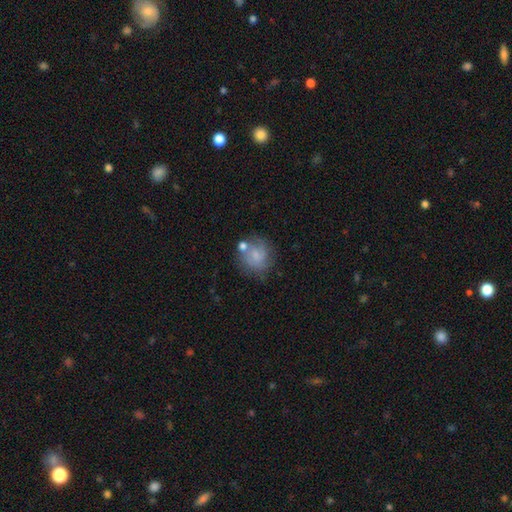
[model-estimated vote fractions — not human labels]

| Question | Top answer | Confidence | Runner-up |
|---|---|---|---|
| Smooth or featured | smooth | 56% | featured or disk (35%) |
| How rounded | round | 81% | in between (18%) |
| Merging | none | 55% | minor disturbance (20%) |